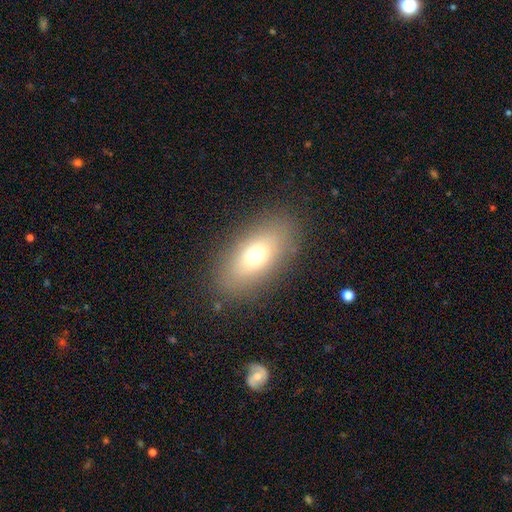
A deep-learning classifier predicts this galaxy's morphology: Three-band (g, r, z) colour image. It shows a smooth galaxy with no disk features (69%) that is in between round and cigar-shaped (86%). Merging: none (85%).